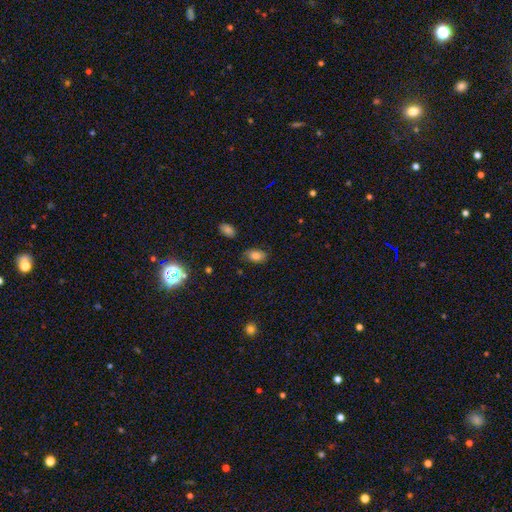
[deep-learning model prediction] Smooth or featured? Predicted: smooth (p=0.78). How rounded? Predicted: in between (p=0.89). Merging? Predicted: none (p=0.77).